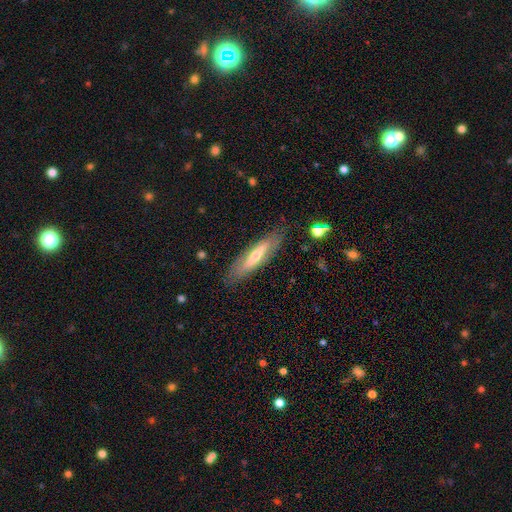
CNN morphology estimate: Overall: featured or disk (50%; smooth 44%). Merging: none (84%).